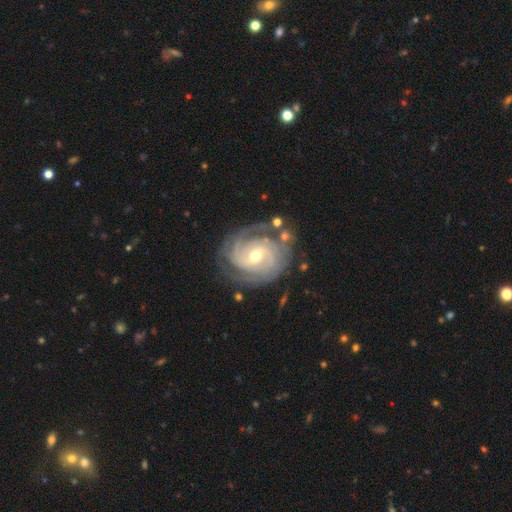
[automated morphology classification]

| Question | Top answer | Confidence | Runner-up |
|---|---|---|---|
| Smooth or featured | featured or disk | 91% | smooth (5%) |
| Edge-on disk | no | 97% | yes (3%) |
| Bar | weak | 46% | no (37%) |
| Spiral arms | yes | 98% | no (2%) |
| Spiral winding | tight | 71% | medium (25%) |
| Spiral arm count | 3 | 33% | 2 (29%) |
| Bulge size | moderate | 52% | small (44%) |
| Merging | none | 72% | minor disturbance (17%) |